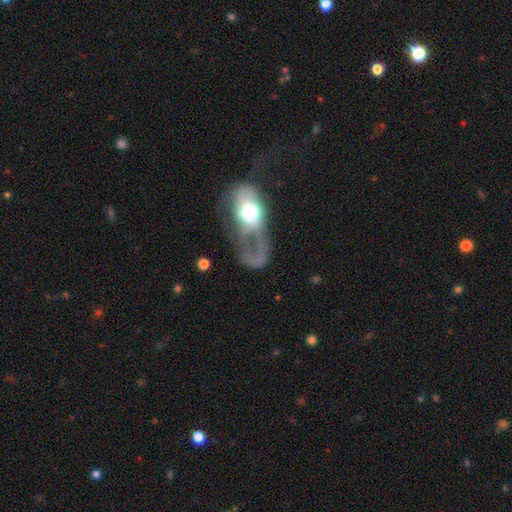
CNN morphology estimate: A featured or disk galaxy (49%).

Vote fractions:
- Smooth or featured? featured or disk: 49% / smooth: 41% / star or artifact: 10%
- Merging? major disturbance: 66% / none: 15% / minor disturbance: 12% / merger: 7%